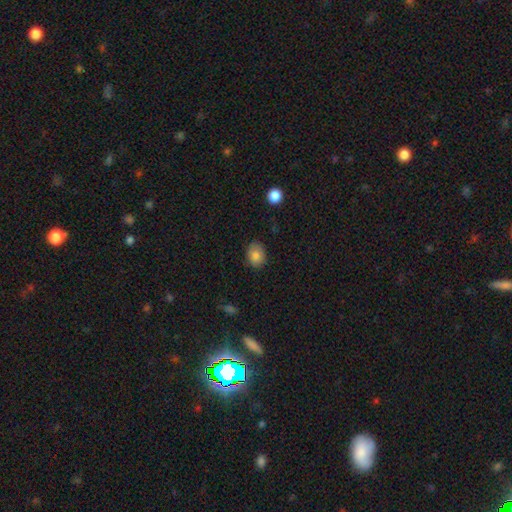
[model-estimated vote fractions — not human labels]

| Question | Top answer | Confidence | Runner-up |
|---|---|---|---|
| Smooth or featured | smooth | 83% | star or artifact (9%) |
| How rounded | in between | 55% | round (44%) |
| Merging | none | 81% | minor disturbance (15%) |